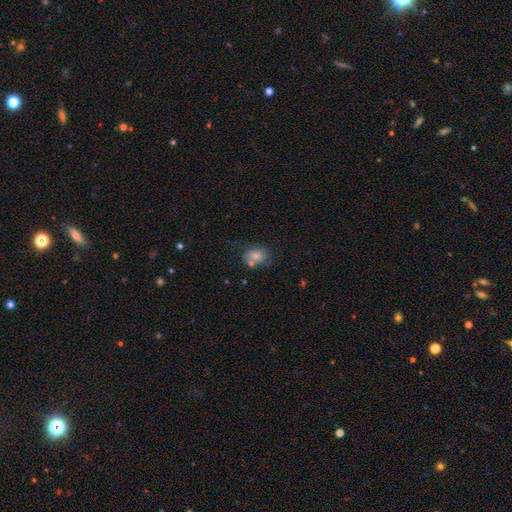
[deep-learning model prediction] smooth_or_featured: smooth (p=0.75) [alt: featured or disk p=0.15]
how_rounded: in between (p=0.68) [alt: round p=0.31]
merging: none (p=0.50) [alt: minor disturbance p=0.22]